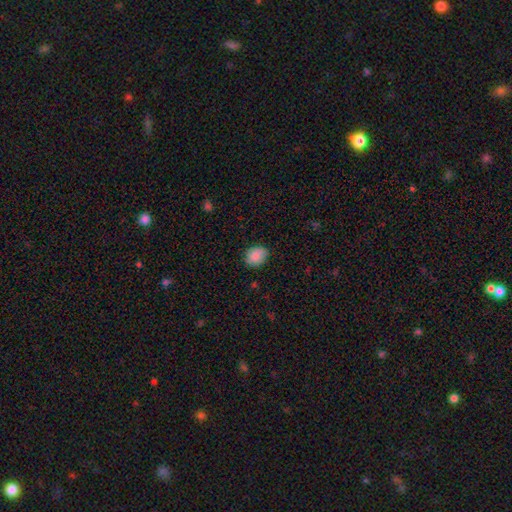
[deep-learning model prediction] A smooth galaxy with no disk features (87%) that is in between round and cigar-shaped (50%).

Vote fractions:
- Smooth or featured? smooth: 87% / star or artifact: 8% / featured or disk: 5%
- How rounded? in between: 50% / round: 49% / cigar-shaped: 1%
- Merging? none: 81% / minor disturbance: 15% / major disturbance: 3% / merger: 1%